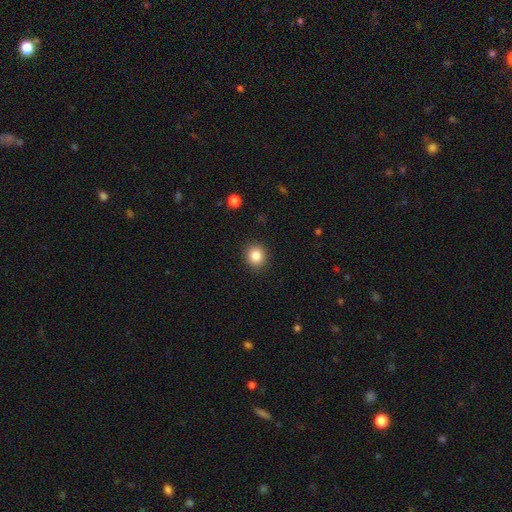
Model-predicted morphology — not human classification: smooth_or_featured: smooth (p=0.85) [alt: star or artifact p=0.10]
how_rounded: round (p=0.86) [alt: in between p=0.13]
merging: none (p=0.91) [alt: minor disturbance p=0.06]